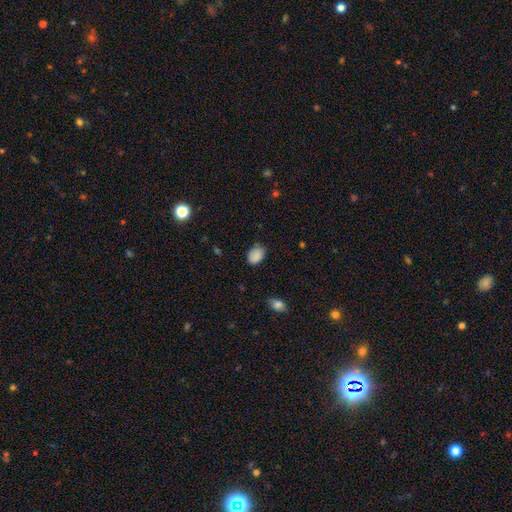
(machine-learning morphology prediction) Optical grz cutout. It shows a smooth galaxy with no disk features (87%) that is in between round and cigar-shaped (78%). Merging: none (73%).